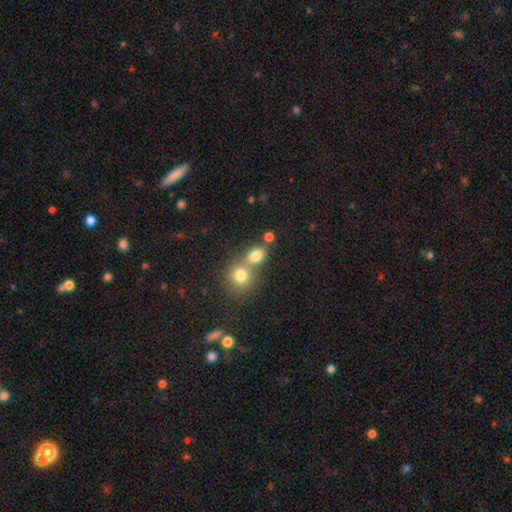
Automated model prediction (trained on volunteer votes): A smooth galaxy with no disk features (79%) that is in between round and cigar-shaped (53%).

Vote fractions:
- Smooth or featured? smooth: 79% / star or artifact: 12% / featured or disk: 9%
- How rounded? in between: 53% / round: 45% / cigar-shaped: 2%
- Merging? merger: 48% / none: 40% / minor disturbance: 8% / major disturbance: 4%